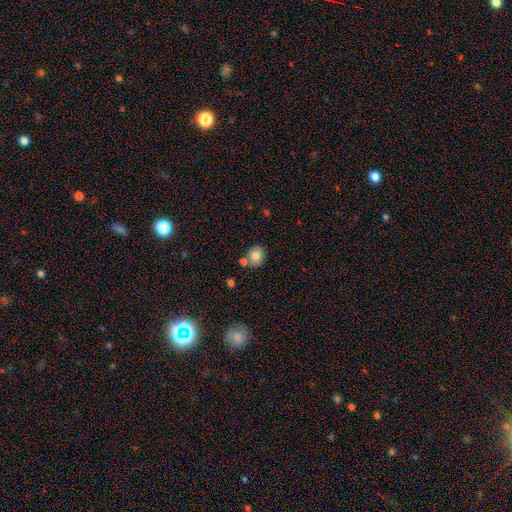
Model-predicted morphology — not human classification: type=smooth (80%); roundness=round (72%); merging=none (69%).